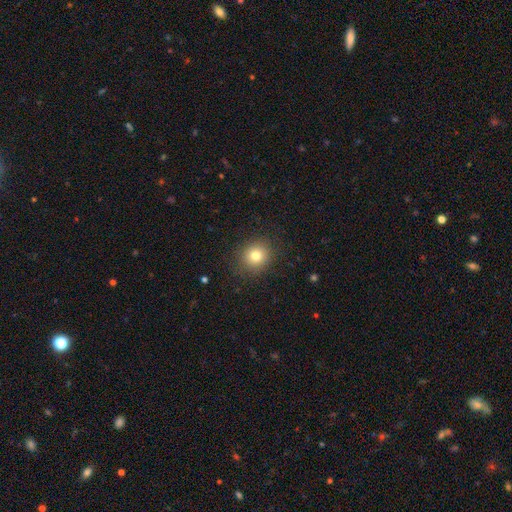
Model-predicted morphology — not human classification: The model was most divided on "smooth or featured": smooth: 79%, star or artifact: 13%, featured or disk: 8%. More confident: merging — none (88%); how rounded — round (82%).